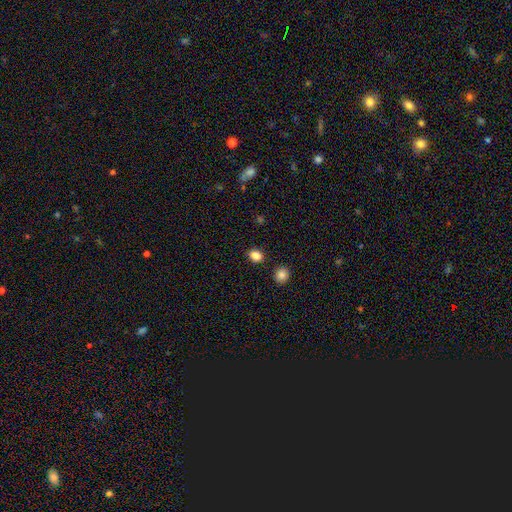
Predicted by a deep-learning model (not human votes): Q: Smooth or featured?
A: smooth (84%); runner-up: star or artifact (11%)
Q: How rounded?
A: in between (52%); runner-up: round (47%)
Q: Merging?
A: none (87%); runner-up: minor disturbance (8%)